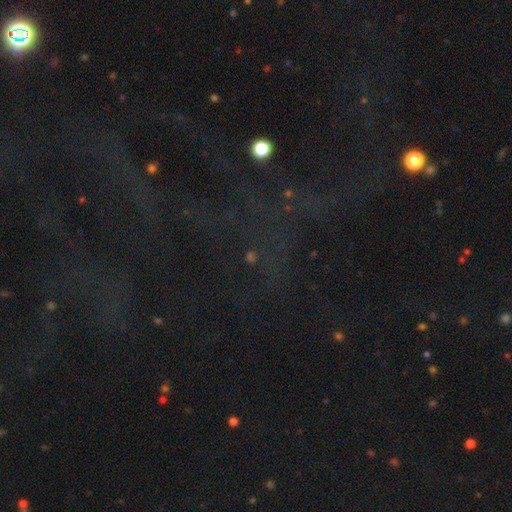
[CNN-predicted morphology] The model was most divided on "smooth or featured": star or artifact: 73%, smooth: 15%, featured or disk: 12%.